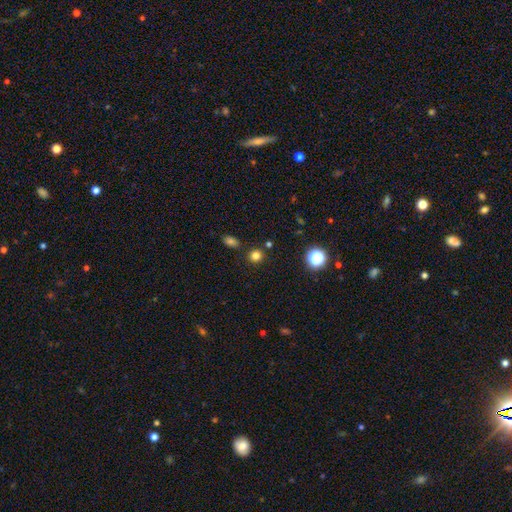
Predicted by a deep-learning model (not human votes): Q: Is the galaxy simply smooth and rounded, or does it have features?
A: smooth — 79%.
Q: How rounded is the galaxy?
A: round — 88%.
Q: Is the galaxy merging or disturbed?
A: none — 84%.